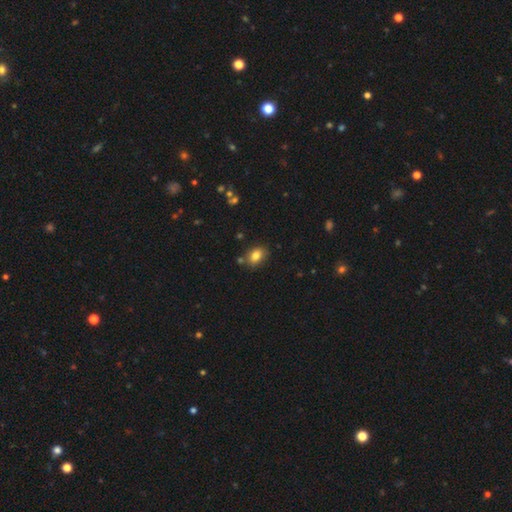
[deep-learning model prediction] A smooth galaxy with no disk features (83%) that is in between round and cigar-shaped (74%). Merging: none (78%).